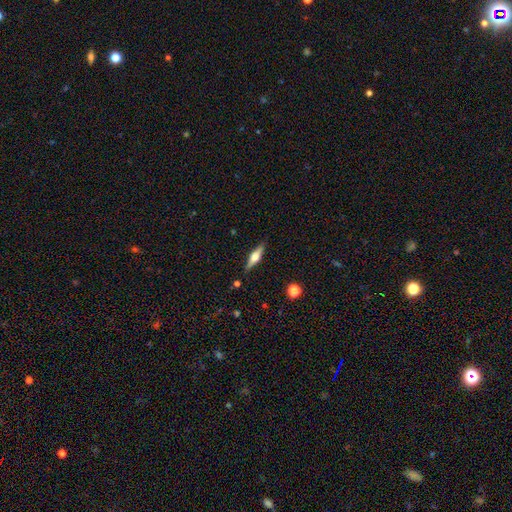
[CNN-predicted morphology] This is likely a featured or disk galaxy (61%). It is clearly viewed edge-on (96%). Edge-on bulge: clearly rounded (90%). Merging: clearly none (87%).